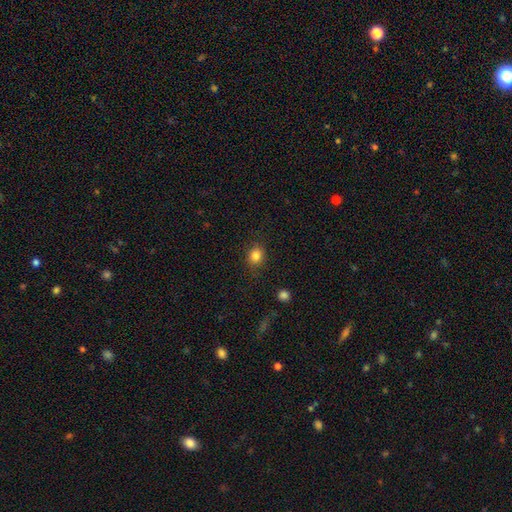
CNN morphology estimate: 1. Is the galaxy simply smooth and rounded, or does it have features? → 84% smooth, 11% star or artifact, 5% featured or disk.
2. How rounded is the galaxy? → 66% round, 33% in between, 1% cigar-shaped.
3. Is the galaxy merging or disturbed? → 86% none, 10% minor disturbance, 3% major disturbance, 1% merger.